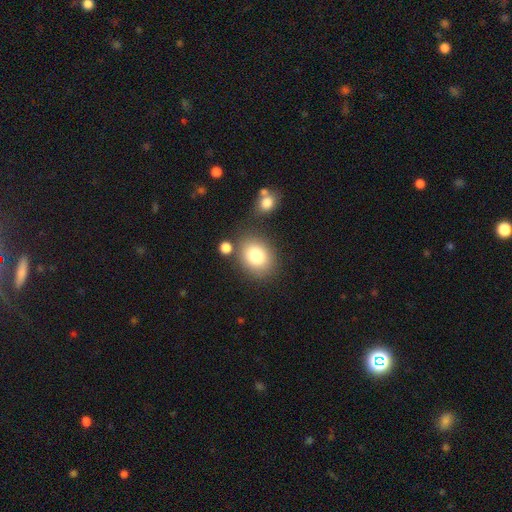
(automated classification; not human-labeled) smooth_or_featured: smooth (p=0.81) [alt: star or artifact p=0.10]
how_rounded: round (p=0.50) [alt: in between p=0.49]
merging: none (p=0.76) [alt: minor disturbance p=0.11]